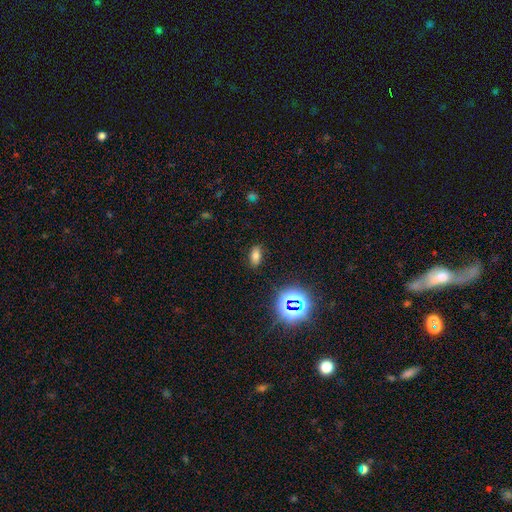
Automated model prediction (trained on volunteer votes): This is likely a smooth galaxy (70%). How rounded: clearly in between (88%). Merging: clearly none (86%).